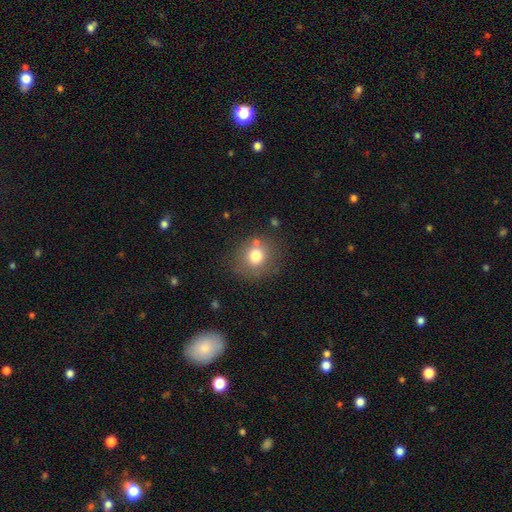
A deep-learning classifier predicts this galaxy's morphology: This appears to be a smooth galaxy with no disk features (75%) that is round (82%). Merging: none (76%).